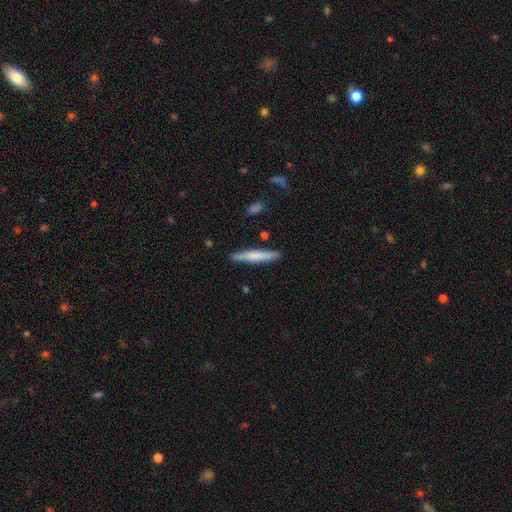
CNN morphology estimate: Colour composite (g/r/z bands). It shows a smooth galaxy with no disk features (66%) that is cigar-shaped (93%). Merging: none (88%).